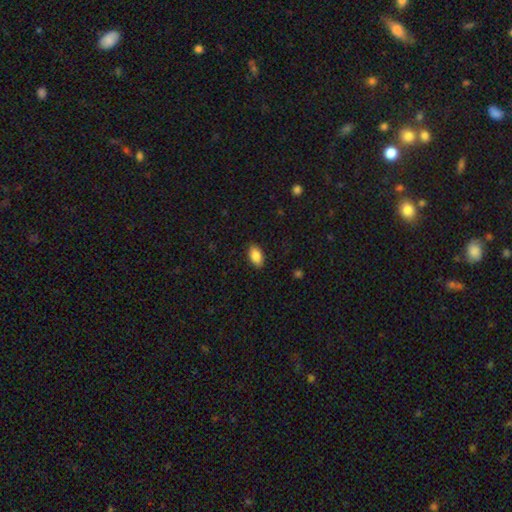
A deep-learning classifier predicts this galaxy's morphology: smooth-or-featured: smooth: 87% | star or artifact: 7% | featured or disk: 5%
  how-rounded: in between: 93% | round: 5% | cigar-shaped: 3%
  merging: none: 87% | minor disturbance: 9% | major disturbance: 2% | merger: 1%